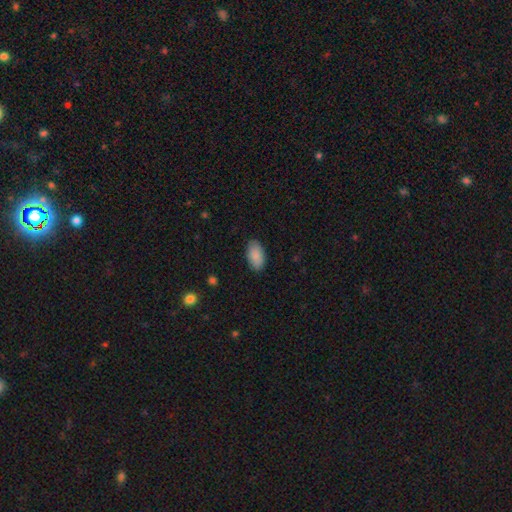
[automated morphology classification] smooth_or_featured: smooth (p=0.89) [alt: star or artifact p=0.06]
how_rounded: in between (p=0.95) [alt: round p=0.03]
merging: none (p=0.87) [alt: minor disturbance p=0.10]